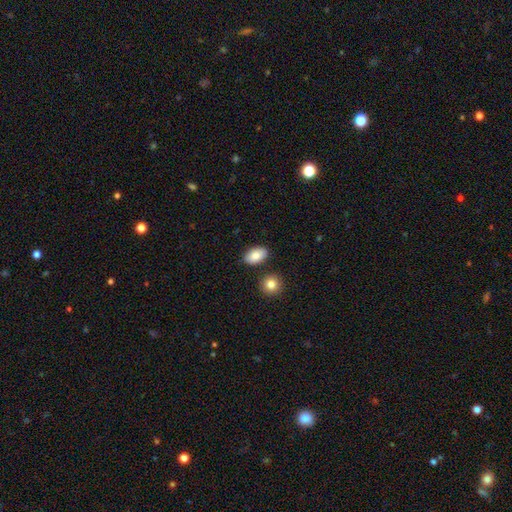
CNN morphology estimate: Smooth or featured?
  - smooth: 84% *
  - featured or disk: 9%
  - star or artifact: 7%
How rounded?
  - in between: 91% *
  - round: 7%
  - cigar-shaped: 2%
Merging?
  - none: 84% *
  - minor disturbance: 9%
  - merger: 5%
  - major disturbance: 2%